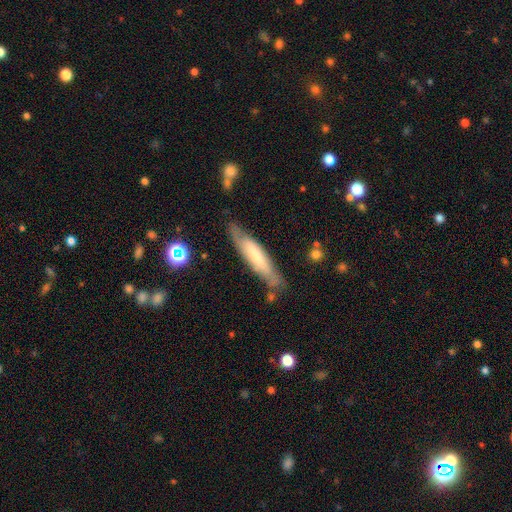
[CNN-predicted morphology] Smooth or featured? smooth (50%)
Merging? none (73%)